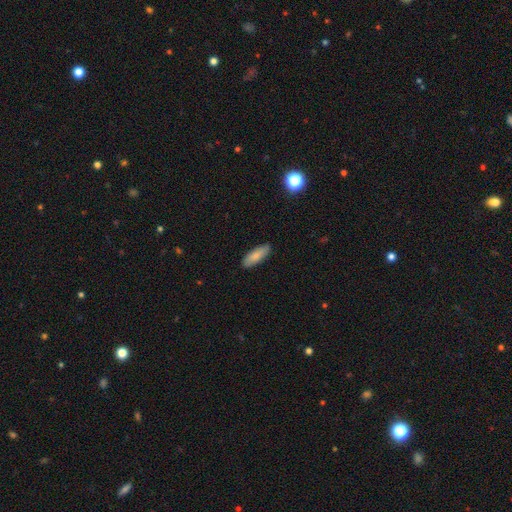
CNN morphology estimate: smooth_or_featured: smooth (p=0.81) [alt: featured or disk p=0.13]
how_rounded: in between (p=0.58) [alt: cigar-shaped p=0.40]
merging: none (p=0.88) [alt: minor disturbance p=0.10]